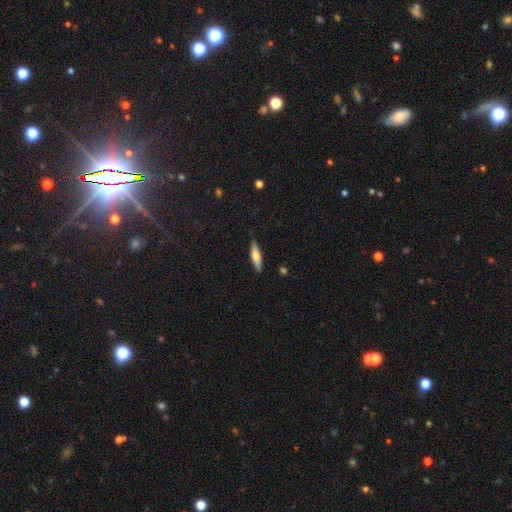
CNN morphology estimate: A smooth galaxy with no disk features (61%) that is cigar-shaped (72%).

Vote fractions:
- Smooth or featured? smooth: 61% / featured or disk: 33% / star or artifact: 6%
- How rounded? cigar-shaped: 72% / in between: 27% / round: 2%
- Merging? none: 87% / minor disturbance: 10% / major disturbance: 2% / merger: 1%